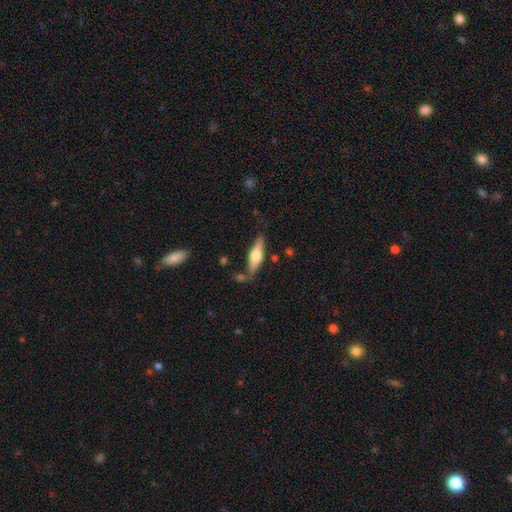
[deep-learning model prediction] Morphology: type=featured or disk (48%); merging=none (73%).